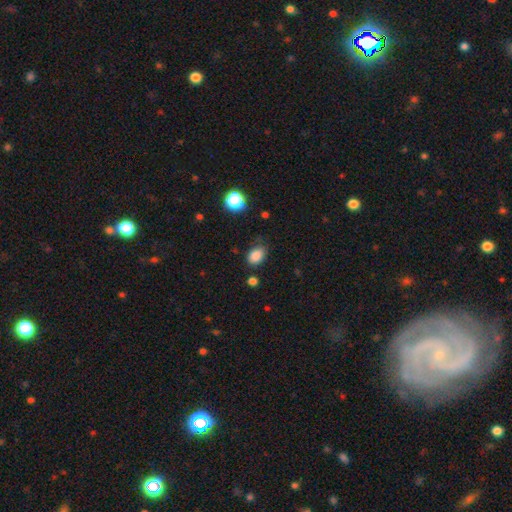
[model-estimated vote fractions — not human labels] smooth-or-featured: smooth: 85% | star or artifact: 11% | featured or disk: 4%
  how-rounded: in between: 73% | round: 26% | cigar-shaped: 1%
  merging: none: 71% | minor disturbance: 21% | major disturbance: 5% | merger: 3%